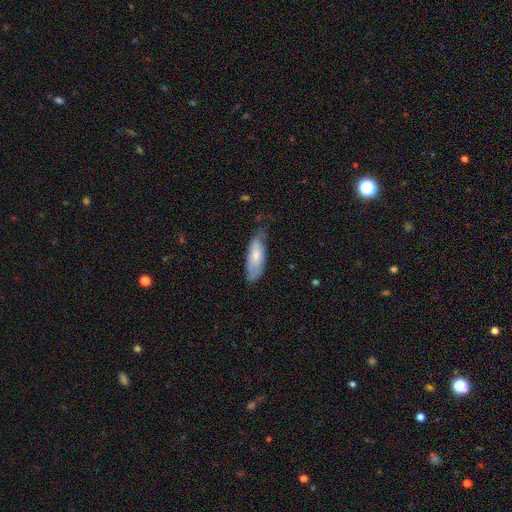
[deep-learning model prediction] Smooth or featured?
  - smooth: 68% *
  - featured or disk: 27%
  - star or artifact: 6%
How rounded?
  - in between: 63% *
  - cigar-shaped: 36%
  - round: 2%
Merging?
  - none: 62% *
  - minor disturbance: 30%
  - major disturbance: 6%
  - merger: 2%